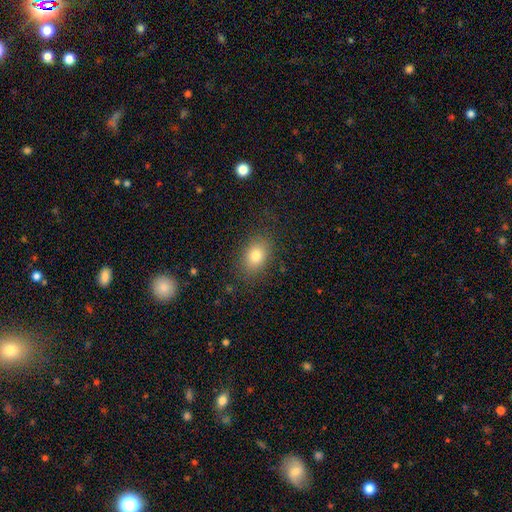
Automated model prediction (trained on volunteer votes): This is likely a smooth galaxy (79%). How rounded: likely in between (73%). Merging: clearly none (84%).